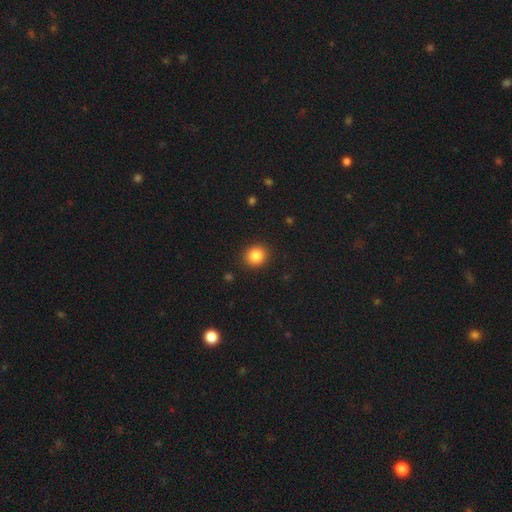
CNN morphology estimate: smooth-or-featured: smooth: 84% | star or artifact: 10% | featured or disk: 5%
  how-rounded: round: 84% | in between: 15% | cigar-shaped: 1%
  merging: none: 91% | minor disturbance: 6% | major disturbance: 2% | merger: 1%